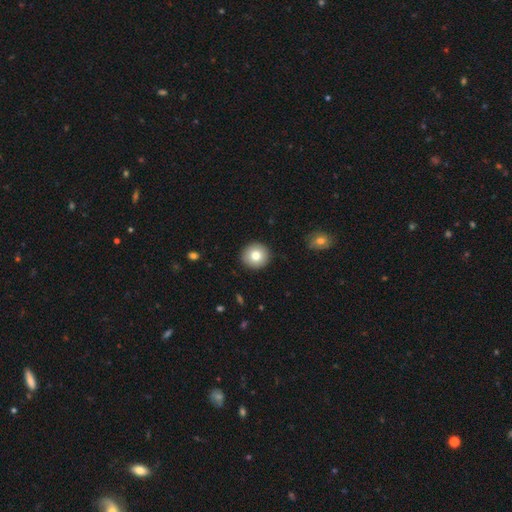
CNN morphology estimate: Q: Smooth or featured?
A: smooth (79%); runner-up: featured or disk (12%)
Q: How rounded?
A: round (94%); runner-up: in between (5%)
Q: Merging?
A: none (92%); runner-up: minor disturbance (6%)